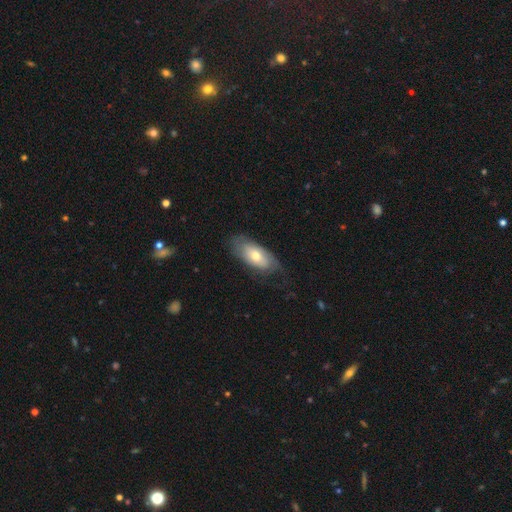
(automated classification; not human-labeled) Smooth or featured?
  - smooth: 58% *
  - featured or disk: 36%
  - star or artifact: 6%
How rounded?
  - in between: 88% *
  - cigar-shaped: 9%
  - round: 3%
Merging?
  - none: 67% *
  - minor disturbance: 24%
  - major disturbance: 8%
  - merger: 1%